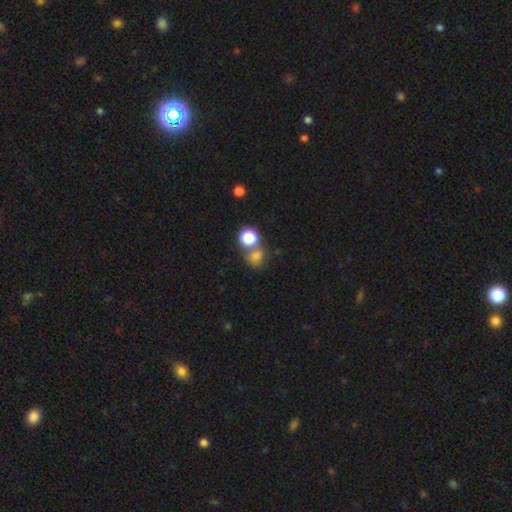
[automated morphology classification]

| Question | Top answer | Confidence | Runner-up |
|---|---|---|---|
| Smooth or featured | smooth | 75% | star or artifact (16%) |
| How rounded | round | 69% | in between (30%) |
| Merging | none | 45% | merger (39%) |